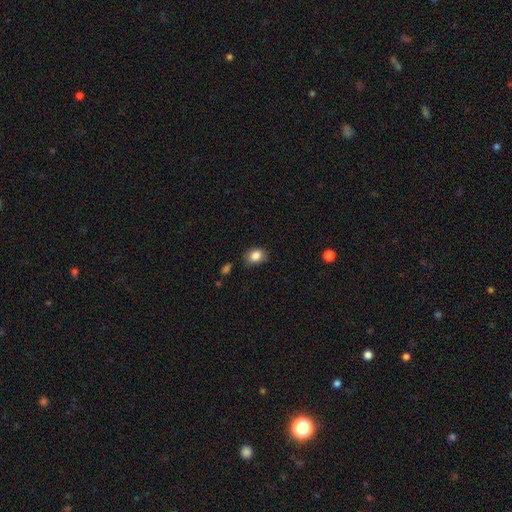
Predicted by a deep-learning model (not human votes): Morphology: type=smooth (85%); roundness=in between (64%); merging=none (76%).